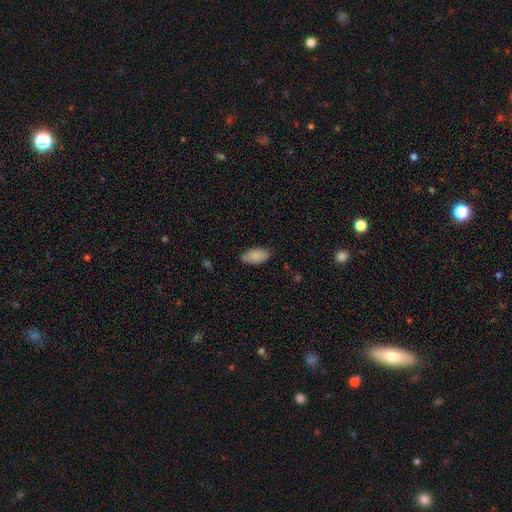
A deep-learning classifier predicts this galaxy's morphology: The model was most divided on "merging": none: 83%, minor disturbance: 13%, major disturbance: 2%, merger: 1%. More confident: how rounded — in between (94%); smooth or featured — smooth (87%).